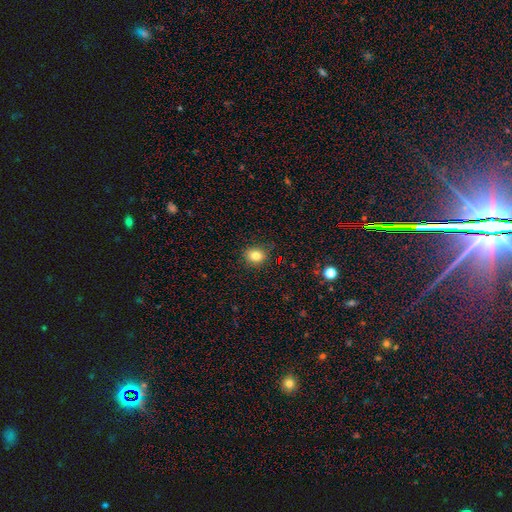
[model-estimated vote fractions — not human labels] This is clearly a smooth galaxy (82%). How rounded: likely round (63%). Merging: clearly none (85%).